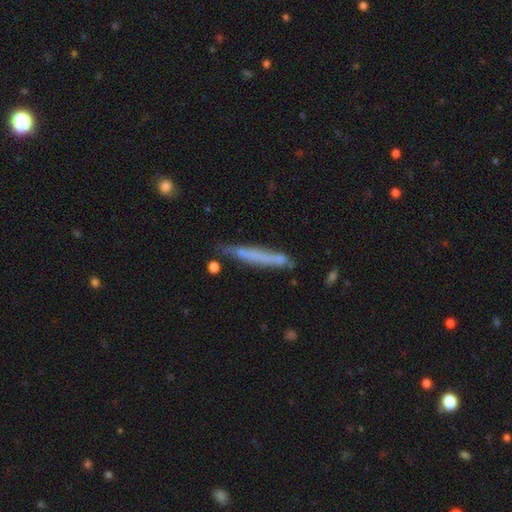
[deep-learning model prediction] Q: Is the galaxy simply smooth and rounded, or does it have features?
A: smooth — 58%.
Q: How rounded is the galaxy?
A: cigar-shaped — 95%.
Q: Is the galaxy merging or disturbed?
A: none — 70%.